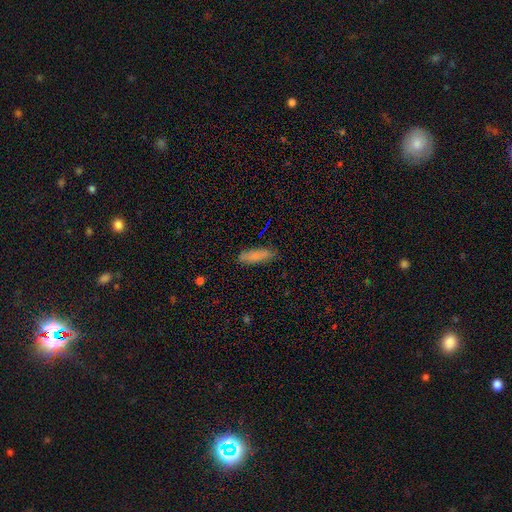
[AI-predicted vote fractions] smooth_or_featured: smooth (p=0.82) [alt: featured or disk p=0.11]
how_rounded: cigar-shaped (p=0.60) [alt: in between p=0.38]
merging: none (p=0.83) [alt: minor disturbance p=0.13]